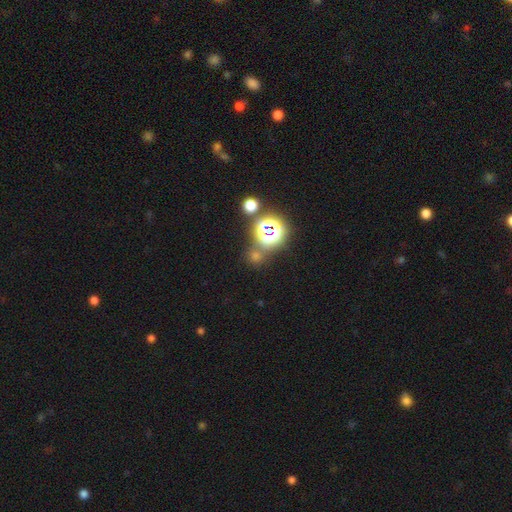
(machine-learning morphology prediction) star or artifact 48%, smooth 45%, featured or disk 7%.